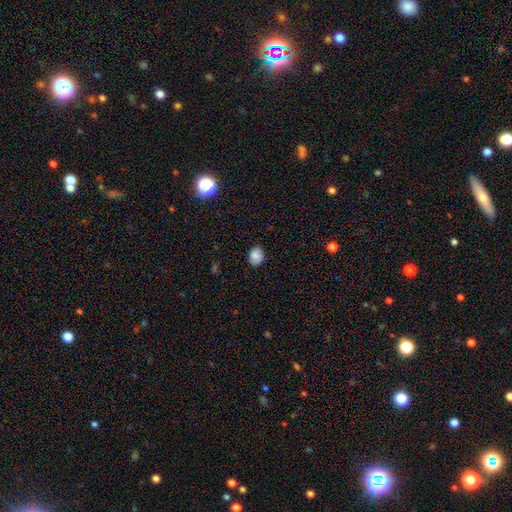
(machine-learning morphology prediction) smooth-or-featured: smooth: 83% | star or artifact: 9% | featured or disk: 8%
  how-rounded: in between: 56% | round: 43% | cigar-shaped: 1%
  merging: none: 84% | minor disturbance: 12% | major disturbance: 2% | merger: 1%